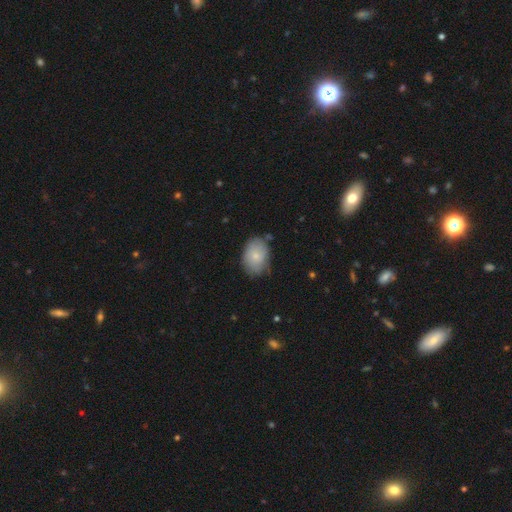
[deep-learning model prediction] Q: Smooth or featured?
A: smooth (79%); runner-up: featured or disk (15%)
Q: How rounded?
A: in between (81%); runner-up: round (17%)
Q: Merging?
A: none (71%); runner-up: minor disturbance (22%)